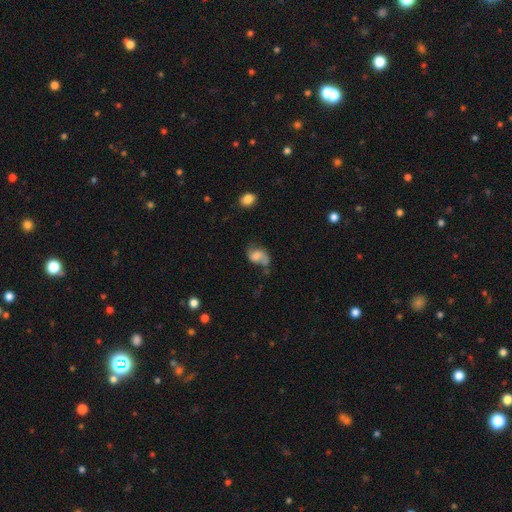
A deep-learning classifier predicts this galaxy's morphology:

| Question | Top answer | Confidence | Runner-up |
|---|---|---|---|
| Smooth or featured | featured or disk | 50% | smooth (40%) |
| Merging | none | 37% | major disturbance (26%) |